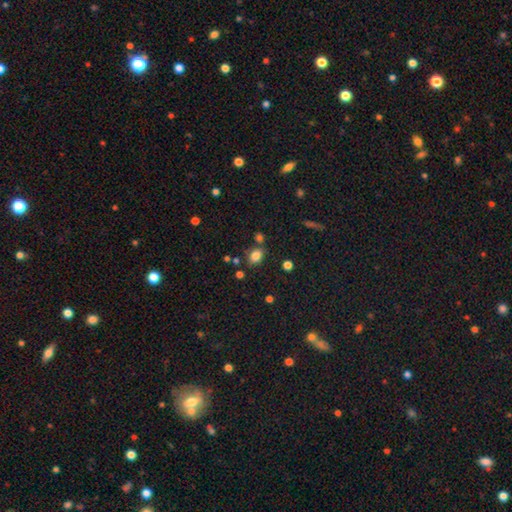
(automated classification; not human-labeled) Q: Smooth or featured?
A: smooth (81%); runner-up: star or artifact (12%)
Q: How rounded?
A: in between (65%); runner-up: round (34%)
Q: Merging?
A: none (74%); runner-up: minor disturbance (13%)